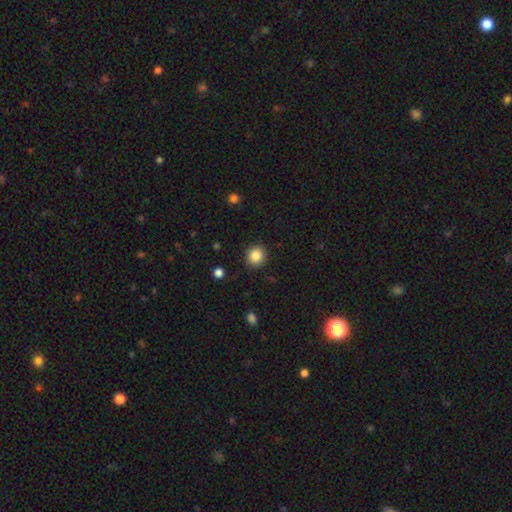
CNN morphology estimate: A smooth galaxy with no disk features (86%) that is round (87%).

Vote fractions:
- Smooth or featured? smooth: 86% / star or artifact: 10% / featured or disk: 5%
- How rounded? round: 87% / in between: 12% / cigar-shaped: 1%
- Merging? none: 90% / minor disturbance: 7% / major disturbance: 2% / merger: 1%